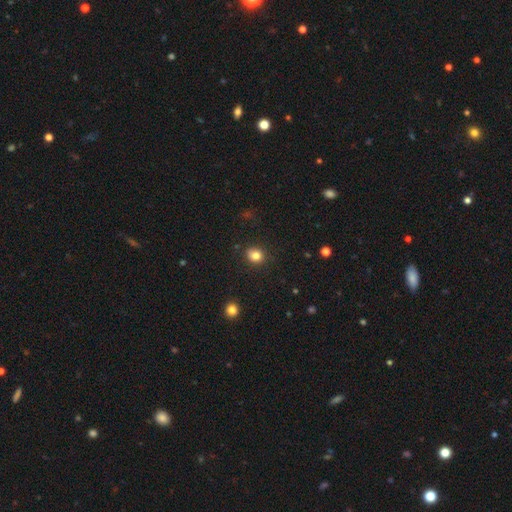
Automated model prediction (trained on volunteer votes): The model was most divided on "how rounded": round: 72%, in between: 27%, cigar-shaped: 1%. More confident: merging — none (85%); smooth or featured — smooth (82%).